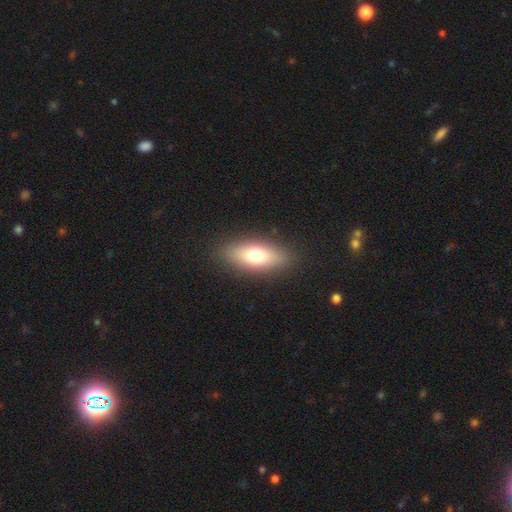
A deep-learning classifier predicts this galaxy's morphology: Smooth or featured? smooth (69%)
How rounded? in between (74%)
Merging? none (88%)